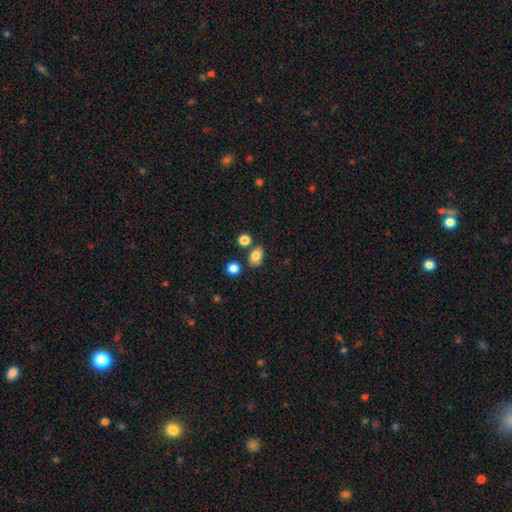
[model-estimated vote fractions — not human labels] smooth-or-featured: smooth: 81% | star or artifact: 11% | featured or disk: 8%
  how-rounded: in between: 75% | round: 24% | cigar-shaped: 2%
  merging: none: 68% | minor disturbance: 17% | merger: 10% | major disturbance: 4%